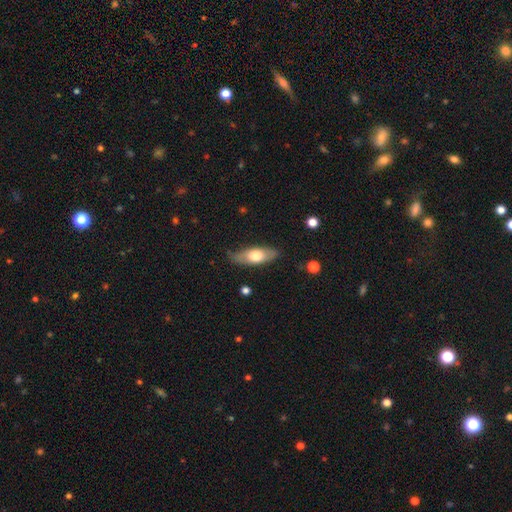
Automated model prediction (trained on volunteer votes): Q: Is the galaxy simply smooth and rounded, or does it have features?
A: smooth — 60%.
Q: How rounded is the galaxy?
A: in between — 69%.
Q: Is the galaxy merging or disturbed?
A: none — 78%.